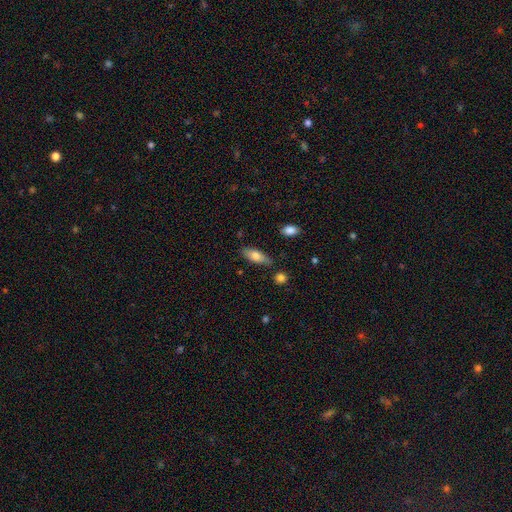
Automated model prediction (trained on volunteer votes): The model was most divided on "how rounded": in between: 74%, cigar-shaped: 24%, round: 2%. More confident: merging — none (77%); smooth or featured — smooth (75%).